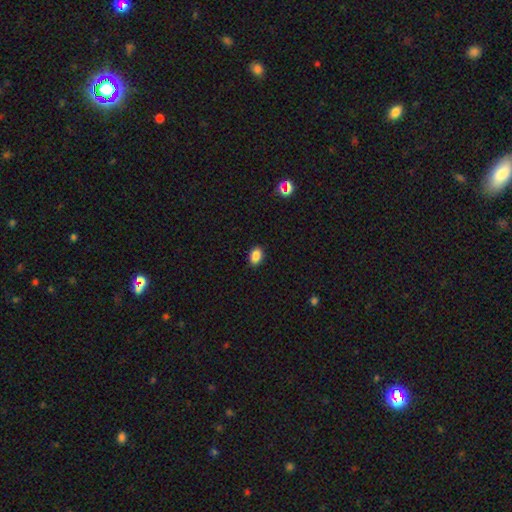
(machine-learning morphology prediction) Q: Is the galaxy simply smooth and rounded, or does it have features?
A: smooth — 87%.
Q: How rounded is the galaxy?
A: in between — 81%.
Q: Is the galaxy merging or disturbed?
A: none — 89%.